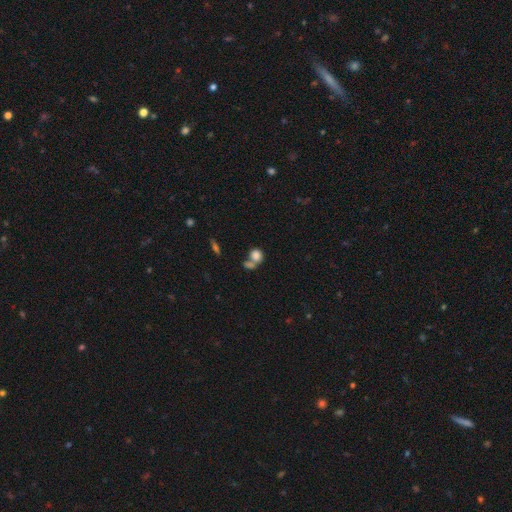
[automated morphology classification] Smooth or featured? smooth (80%)
How rounded? round (71%)
Merging? merger (46%)